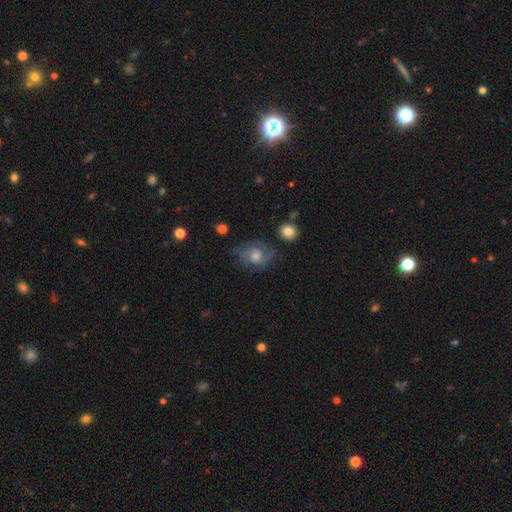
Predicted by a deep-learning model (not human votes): A featured or disk galaxy (54%) with no bar (75%), spiral arms (81%) and a moderate central bulge (57%).

Vote fractions:
- Smooth or featured? featured or disk: 54% / smooth: 34% / star or artifact: 12%
- Edge-on disk? no: 96% / yes: 4%
- Bar? no: 75% / weak: 22% / strong: 3%
- Spiral arms? yes: 81% / no: 19%
- Bulge size? moderate: 57% / small: 20% / large: 16% / none: 5% / dominant: 2%
- Merging? none: 65% / minor disturbance: 21% / major disturbance: 12% / merger: 2%